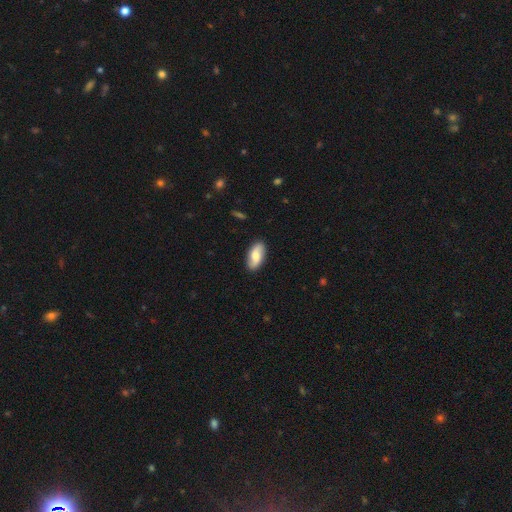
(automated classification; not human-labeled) Smooth or featured?
  - smooth: 58% *
  - featured or disk: 36%
  - star or artifact: 6%
How rounded?
  - in between: 91% *
  - cigar-shaped: 6%
  - round: 3%
Merging?
  - none: 87% *
  - minor disturbance: 10%
  - major disturbance: 2%
  - merger: 1%